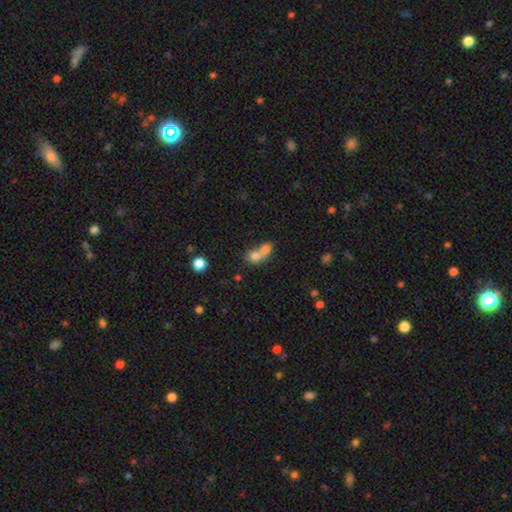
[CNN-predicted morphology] A smooth galaxy with no disk features (74%) that is round (60%). Merging: merger (73%).